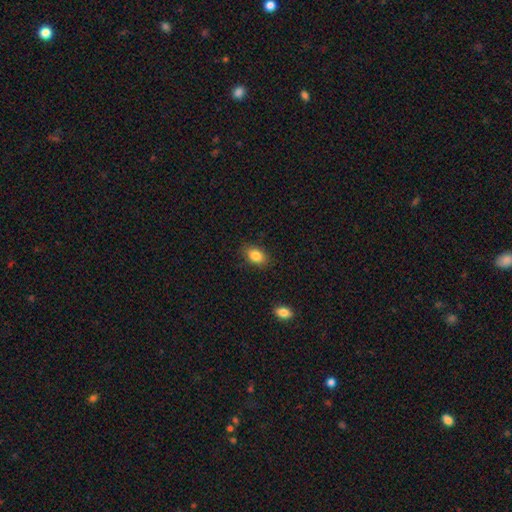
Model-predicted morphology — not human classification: A smooth galaxy with no disk features (85%) that is in between round and cigar-shaped (85%).

Vote fractions:
- Smooth or featured? smooth: 85% / star or artifact: 8% / featured or disk: 7%
- How rounded? in between: 85% / round: 13% / cigar-shaped: 2%
- Merging? none: 86% / minor disturbance: 11% / major disturbance: 3% / merger: 1%